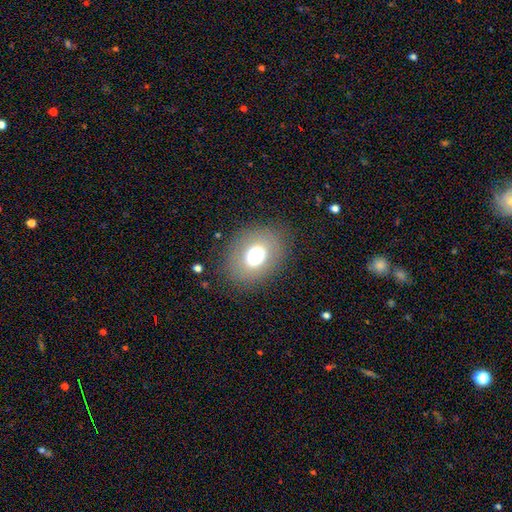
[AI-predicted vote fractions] Smooth or featured? smooth (70%)
How rounded? in between (61%)
Merging? none (83%)